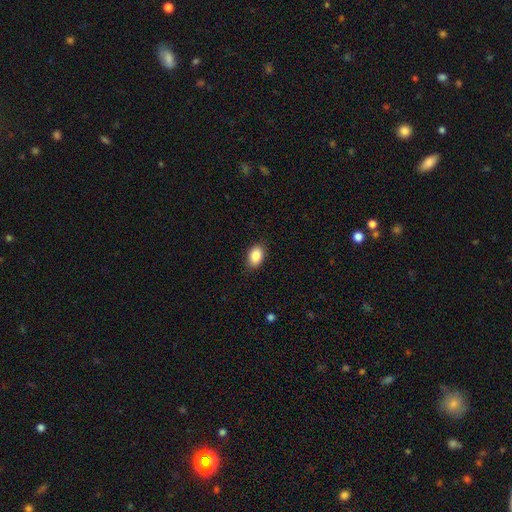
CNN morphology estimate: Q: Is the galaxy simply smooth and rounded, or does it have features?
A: smooth — 87%.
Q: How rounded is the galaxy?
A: in between — 84%.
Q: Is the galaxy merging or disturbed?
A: none — 87%.